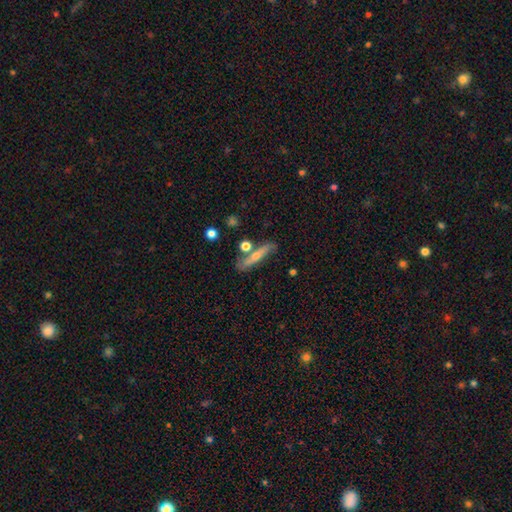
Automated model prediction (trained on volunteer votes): This is possibly a featured or disk galaxy (49%). Merging: likely none (68%).